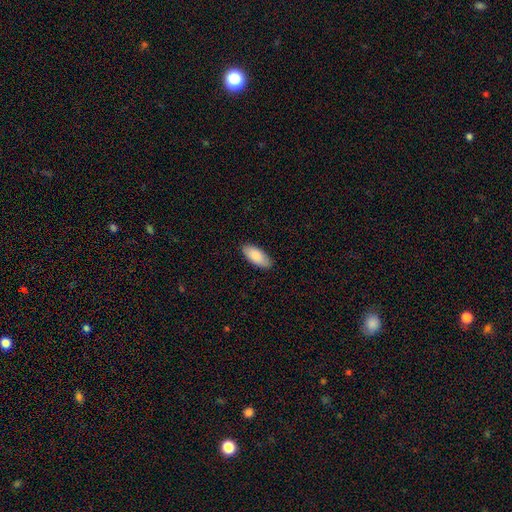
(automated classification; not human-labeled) Overall: smooth (88%). How rounded: in between (89%). Merging: none (88%).